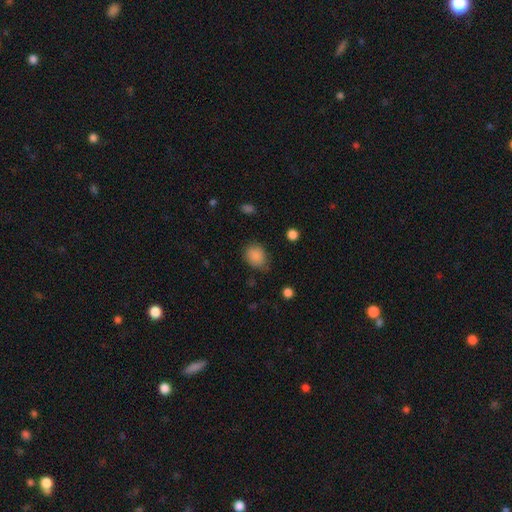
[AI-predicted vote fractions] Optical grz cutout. It shows a smooth galaxy with no disk features (86%) that is round (51%). Merging: none (68%).